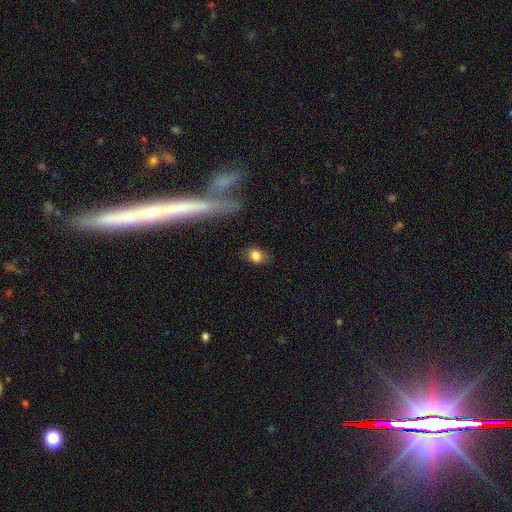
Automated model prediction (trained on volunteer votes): A smooth galaxy with no disk features (81%) that is in between round and cigar-shaped (62%). Merging: none (71%).